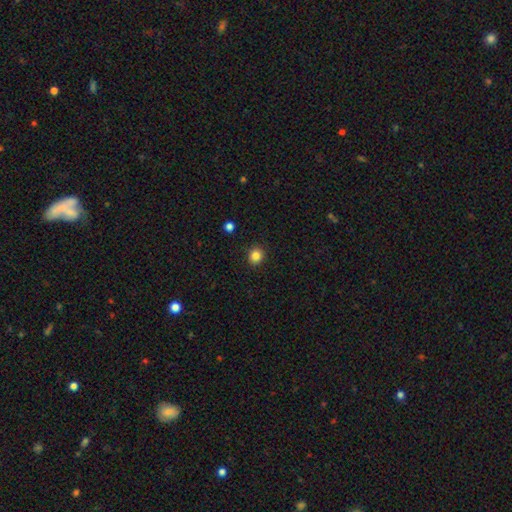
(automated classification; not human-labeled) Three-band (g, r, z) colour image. It shows a smooth galaxy with no disk features (84%) that is round (87%). Merging: none (91%).